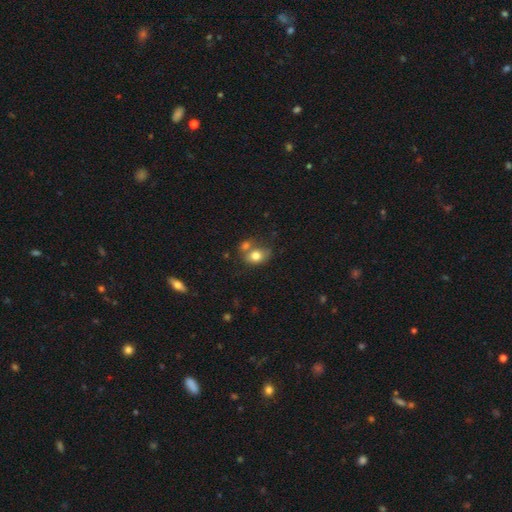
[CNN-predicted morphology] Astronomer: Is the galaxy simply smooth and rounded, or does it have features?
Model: smooth — 78%.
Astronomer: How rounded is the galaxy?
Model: in between — 66%.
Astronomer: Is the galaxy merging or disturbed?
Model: merger — 39% (runner-up: none, 38%).